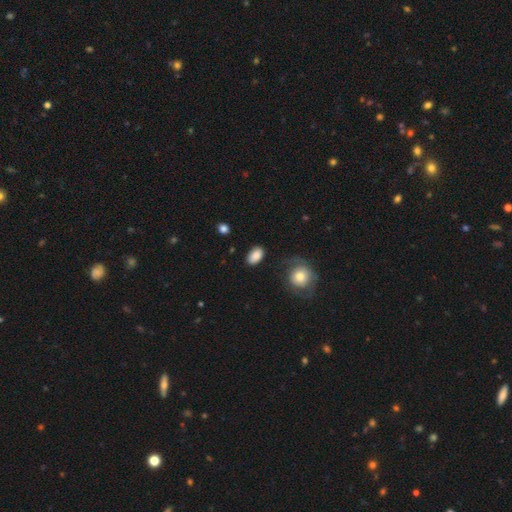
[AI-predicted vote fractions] A smooth galaxy with no disk features (88%) that is in between round and cigar-shaped (89%).

Vote fractions:
- Smooth or featured? smooth: 88% / star or artifact: 7% / featured or disk: 6%
- How rounded? in between: 89% / round: 10% / cigar-shaped: 2%
- Merging? none: 80% / minor disturbance: 13% / major disturbance: 4% / merger: 2%